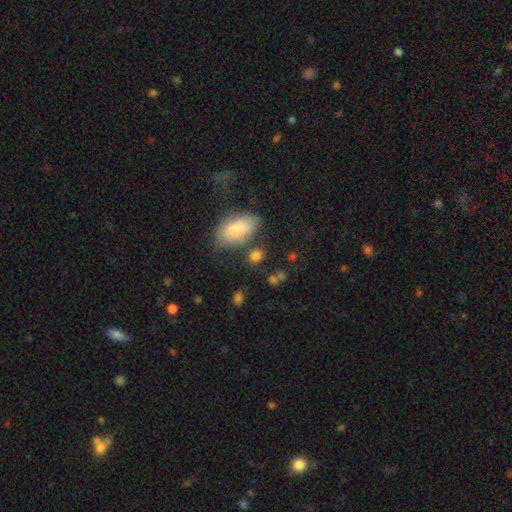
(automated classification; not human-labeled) The model was most divided on "how rounded": in between: 65%, round: 32%, cigar-shaped: 3%. More confident: smooth or featured — smooth (80%); merging — none (63%).